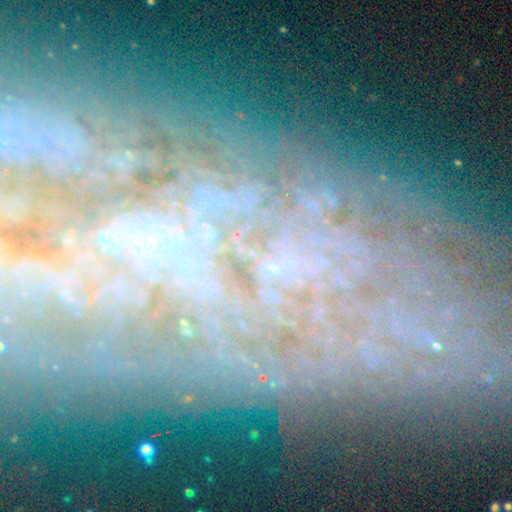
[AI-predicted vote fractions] Smooth or featured: featured or disk — 49% (star or artifact — 36%)
Merging: none — 60% (minor disturbance — 17%)